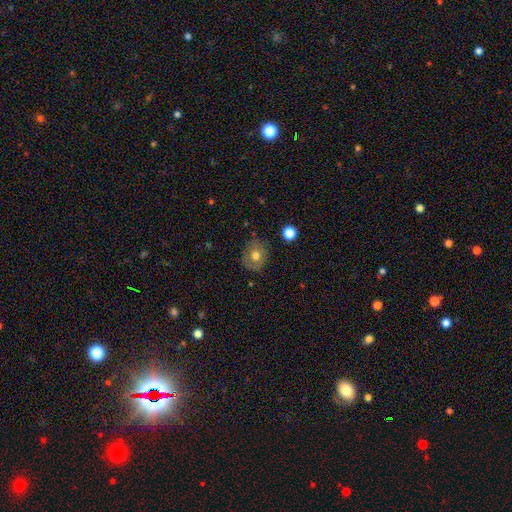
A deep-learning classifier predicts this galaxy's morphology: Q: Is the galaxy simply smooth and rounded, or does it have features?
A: smooth — 68%.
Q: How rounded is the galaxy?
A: round — 69%.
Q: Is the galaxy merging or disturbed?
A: none — 80%.